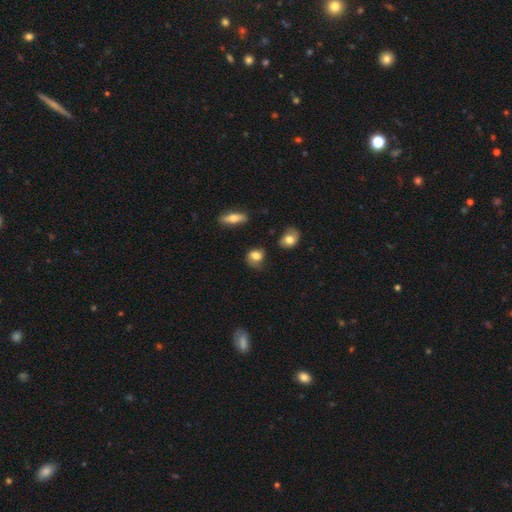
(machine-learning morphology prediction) This appears to be a smooth galaxy with no disk features (74%) that is in between round and cigar-shaped (54%). Merging: none (46%).